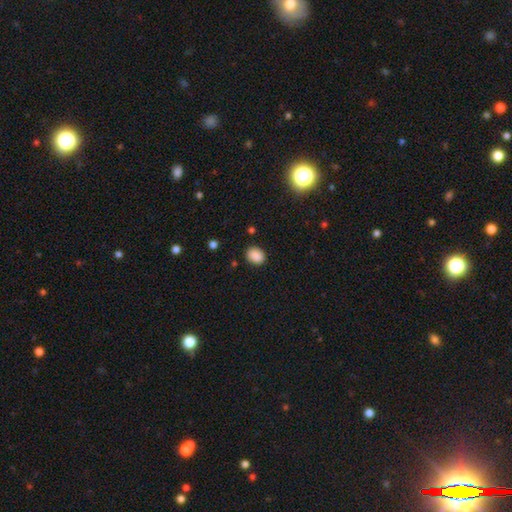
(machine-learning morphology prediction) Smooth or featured?
  - smooth: 88% *
  - star or artifact: 9%
  - featured or disk: 3%
How rounded?
  - in between: 54% *
  - round: 45%
  - cigar-shaped: 1%
Merging?
  - none: 86% *
  - minor disturbance: 10%
  - major disturbance: 3%
  - merger: 2%